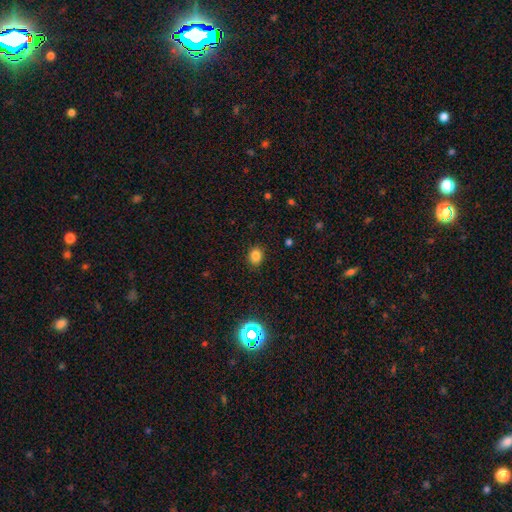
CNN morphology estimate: A smooth galaxy with no disk features (82%) that is round (57%).

Vote fractions:
- Smooth or featured? smooth: 82% / star or artifact: 14% / featured or disk: 5%
- How rounded? round: 57% / in between: 42% / cigar-shaped: 1%
- Merging? none: 87% / minor disturbance: 9% / major disturbance: 2% / merger: 1%